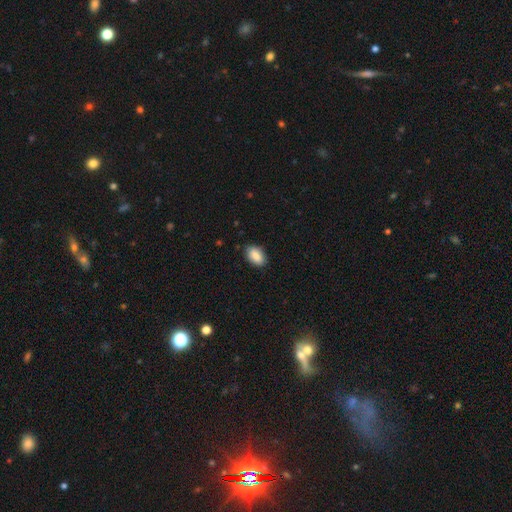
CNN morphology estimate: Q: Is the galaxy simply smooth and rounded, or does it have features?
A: smooth — 88%.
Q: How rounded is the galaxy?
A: in between — 92%.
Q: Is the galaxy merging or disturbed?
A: none — 86%.